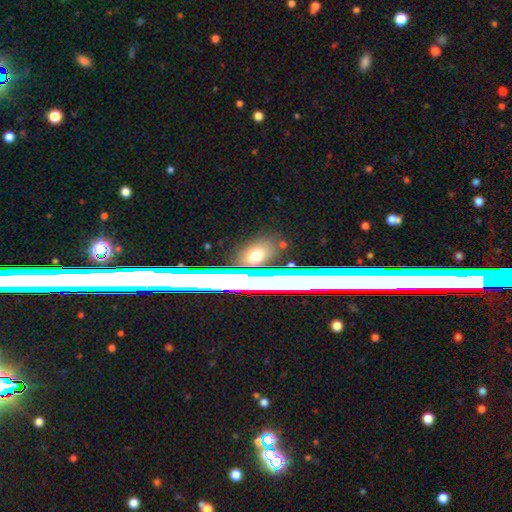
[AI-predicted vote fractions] Smooth or featured: smooth — 62% (star or artifact — 24%)
How rounded: in between — 53% (round — 40%)
Merging: none — 84% (minor disturbance — 9%)